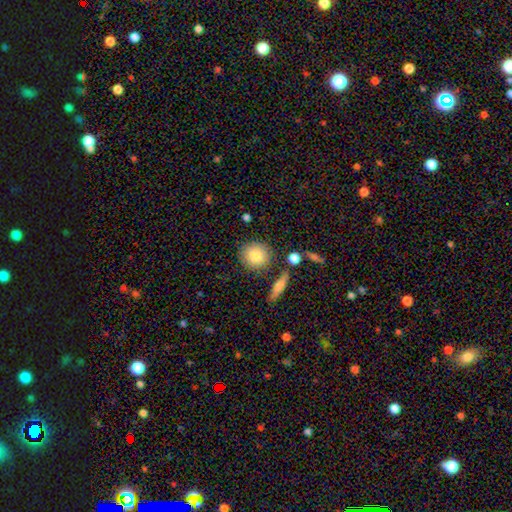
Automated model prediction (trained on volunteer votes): A smooth galaxy with no disk features (83%) that is round (87%).

Vote fractions:
- Smooth or featured? smooth: 83% / featured or disk: 10% / star or artifact: 7%
- How rounded? round: 87% / in between: 11% / cigar-shaped: 2%
- Merging? none: 80% / minor disturbance: 10% / merger: 7% / major disturbance: 3%